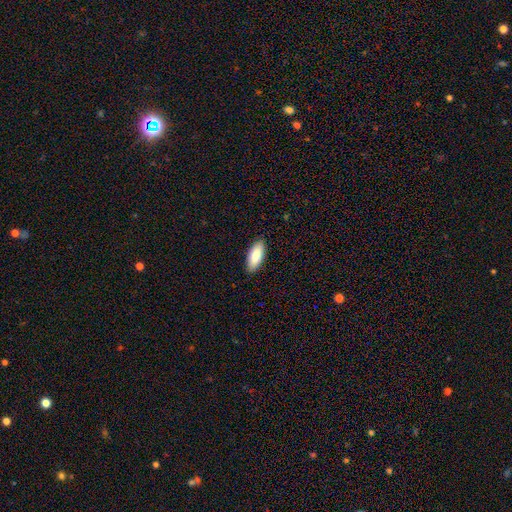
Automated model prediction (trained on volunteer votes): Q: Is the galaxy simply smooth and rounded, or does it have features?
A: smooth — 88%.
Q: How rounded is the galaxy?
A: in between — 82%.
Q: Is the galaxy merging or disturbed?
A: none — 89%.